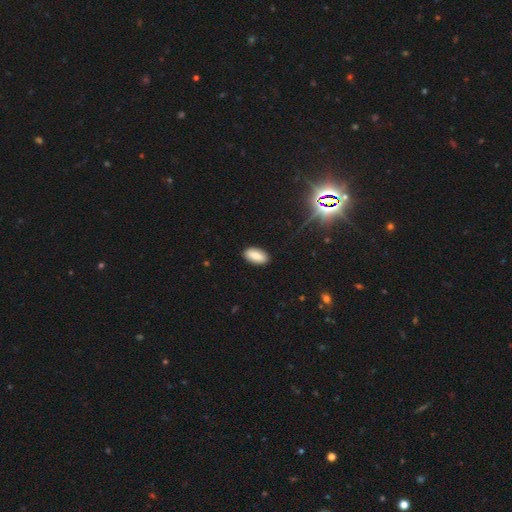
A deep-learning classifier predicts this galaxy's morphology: type=smooth (82%); roundness=in between (91%); merging=none (89%).